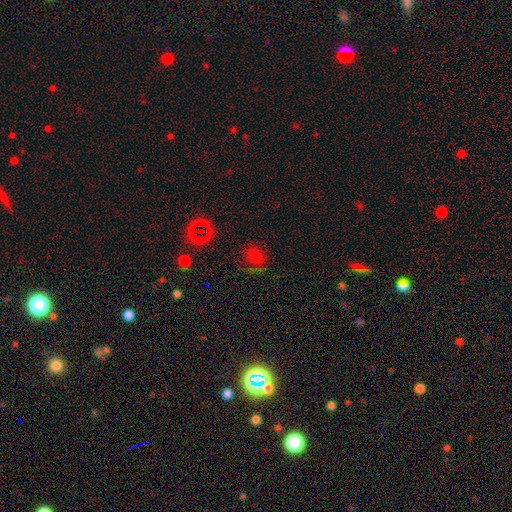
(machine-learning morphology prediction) Smooth or featured?
  - smooth: 52% *
  - star or artifact: 34%
  - featured or disk: 14%
How rounded?
  - round: 74% *
  - in between: 24%
  - cigar-shaped: 1%
Merging?
  - none: 61% *
  - minor disturbance: 21%
  - major disturbance: 14%
  - merger: 3%